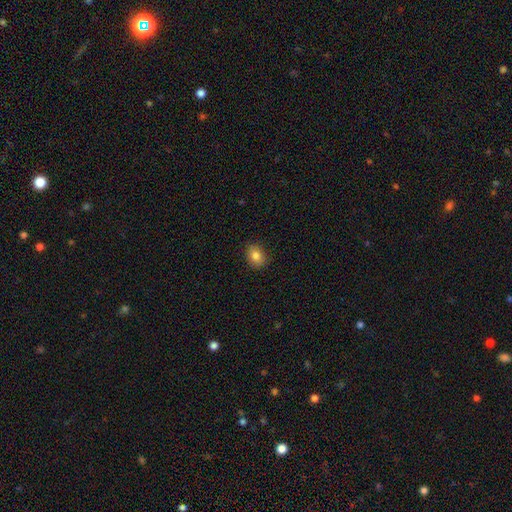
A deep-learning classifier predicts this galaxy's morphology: The model was most divided on "how rounded": in between: 58%, round: 41%, cigar-shaped: 1%. More confident: merging — none (87%); smooth or featured — smooth (84%).